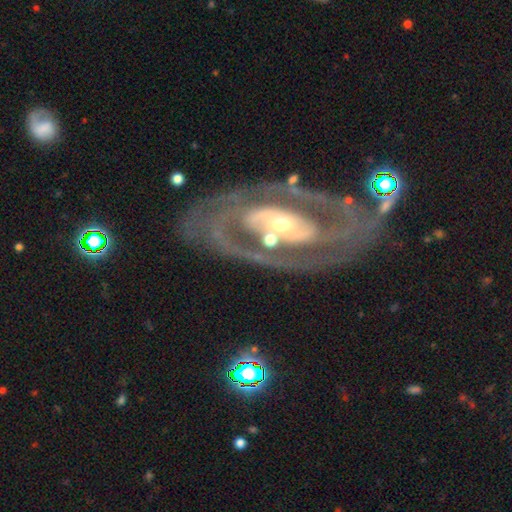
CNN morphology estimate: A featured or disk galaxy (89%) with no bar (40%), 2 (65%) tight (54%) spiral arms (87%) and a small central bulge (53%).

Vote fractions:
- Smooth or featured? featured or disk: 89% / smooth: 6% / star or artifact: 5%
- Edge-on disk? no: 94% / yes: 6%
- Bar? no: 40% / weak: 30% / strong: 30%
- Spiral arms? yes: 87% / no: 13%
- Spiral winding? tight: 54% / medium: 35% / loose: 11%
- Spiral arm count? 2: 65% / can't tell: 17% / 3: 7% / 1: 5% / 4: 4% / more than 4: 3%
- Bulge size? small: 53% / moderate: 39% / large: 5% / none: 2% / dominant: 1%
- Merging? none: 73% / minor disturbance: 15% / major disturbance: 9% / merger: 3%